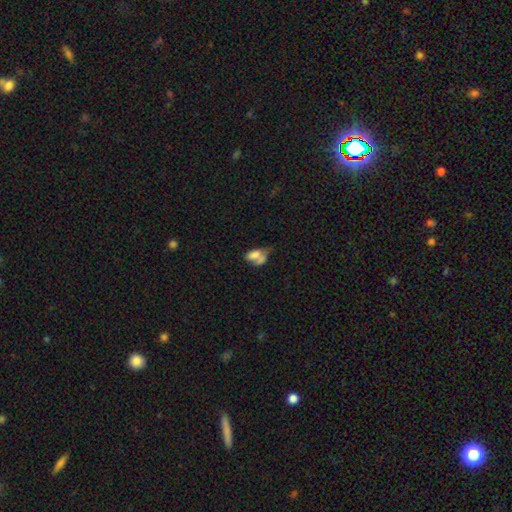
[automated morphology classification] smooth_or_featured: smooth (p=0.67) [alt: featured or disk p=0.22]
how_rounded: in between (p=0.83) [alt: round p=0.11]
merging: merger (p=0.52) [alt: none p=0.22]